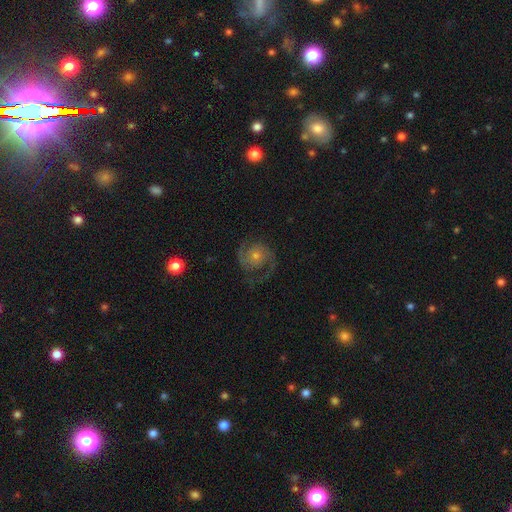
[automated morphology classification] smooth-or-featured: featured or disk: 86% | smooth: 8% | star or artifact: 7%
  disk-edge-on: no: 98% | yes: 2%
    bar: no: 76% | weak: 20% | strong: 4%
    has-spiral-arms: yes: 97% | no: 3%
      spiral-winding: medium: 51% | tight: 32% | loose: 17%
      spiral-arm-count: 2: 88% | can't tell: 4% | 1: 3% | 3: 3% | 4: 1% | more than 4: 1%
    bulge-size: small: 56% | moderate: 38% | large: 3% | none: 3% | dominant: 1%
  merging: none: 75% | minor disturbance: 14% | major disturbance: 10% | merger: 1%